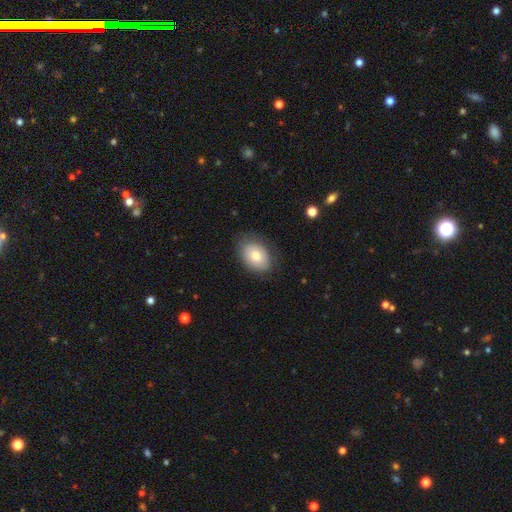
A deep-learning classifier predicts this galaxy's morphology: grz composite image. It shows a smooth galaxy with no disk features (74%) that is in between round and cigar-shaped (79%). Merging: none (78%).